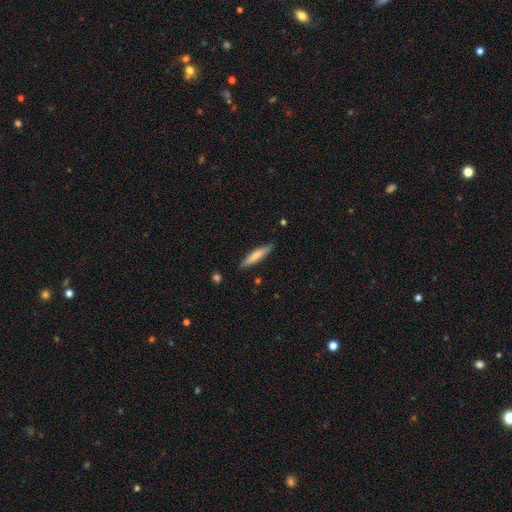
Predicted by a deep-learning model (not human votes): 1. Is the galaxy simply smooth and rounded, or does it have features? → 71% smooth, 23% featured or disk, 5% star or artifact.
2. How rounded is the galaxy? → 90% cigar-shaped, 9% in between, 1% round.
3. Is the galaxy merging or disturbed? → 88% none, 9% minor disturbance, 2% major disturbance, 1% merger.